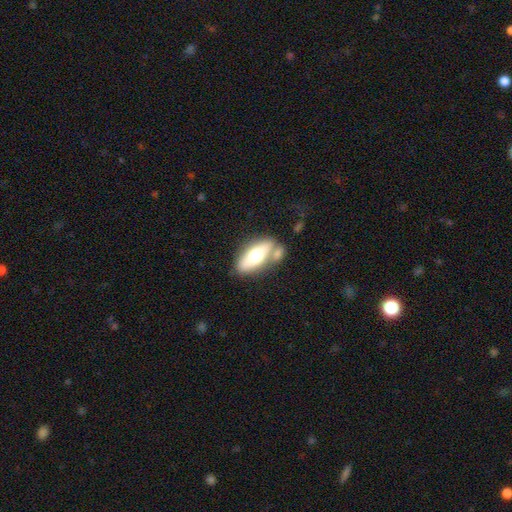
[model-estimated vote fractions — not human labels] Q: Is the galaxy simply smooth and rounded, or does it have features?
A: smooth — 59%.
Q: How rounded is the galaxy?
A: in between — 79%.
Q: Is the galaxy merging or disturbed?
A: none — 57%.